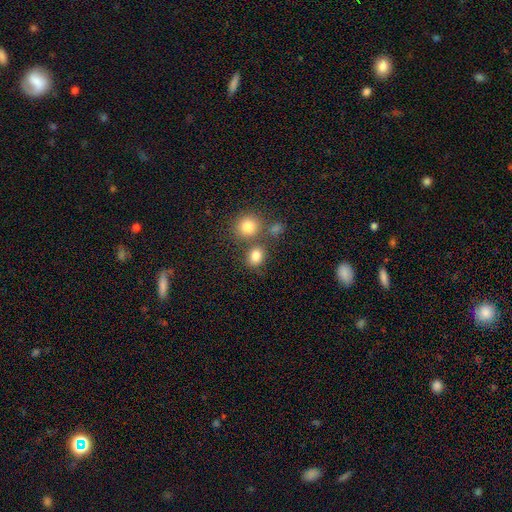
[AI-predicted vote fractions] A smooth galaxy with no disk features (81%) that is round (55%). Merging: none (63%).